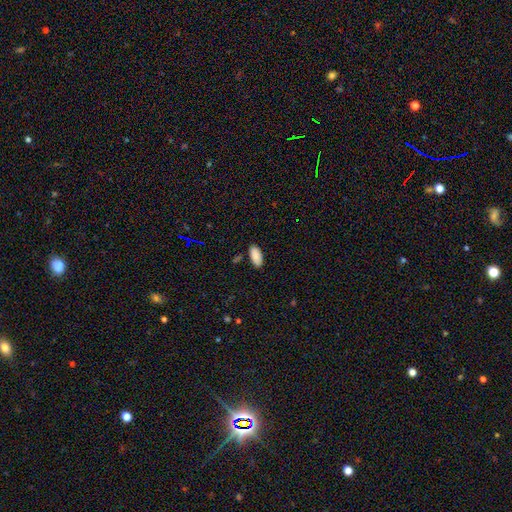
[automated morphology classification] This appears to be a smooth galaxy with no disk features (89%) that is in between round and cigar-shaped (92%). Merging: none (85%).